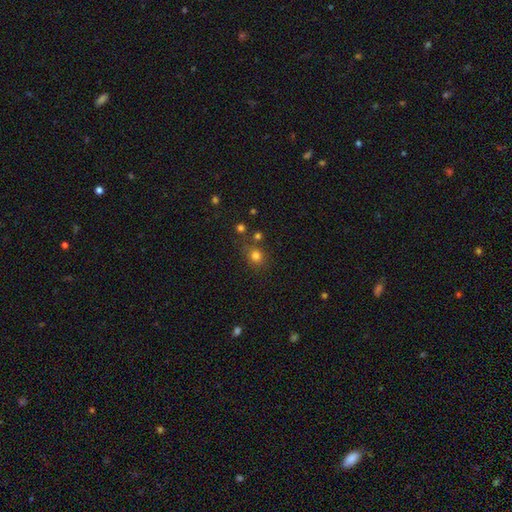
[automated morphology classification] Q: Smooth or featured?
A: smooth (77%); runner-up: star or artifact (16%)
Q: How rounded?
A: round (78%); runner-up: in between (21%)
Q: Merging?
A: none (70%); runner-up: minor disturbance (13%)